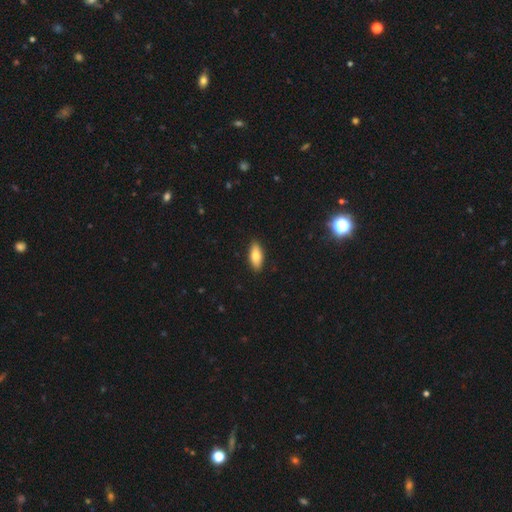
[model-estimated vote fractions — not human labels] Smooth or featured? Predicted: smooth (p=0.80). How rounded? Predicted: in between (p=0.82). Merging? Predicted: none (p=0.89).